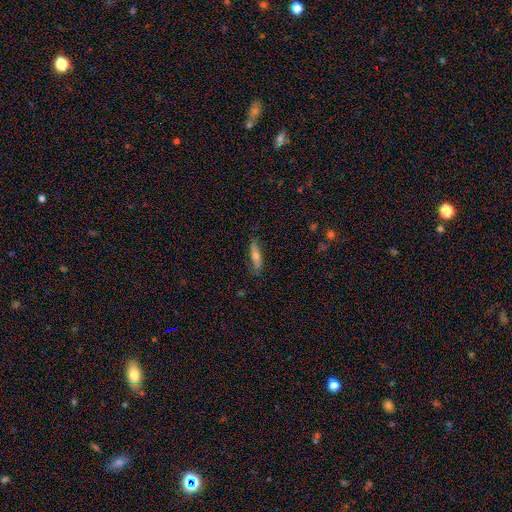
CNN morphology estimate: Overall: smooth (57%; featured or disk 36%). How rounded: cigar-shaped (70%). Merging: none (79%).